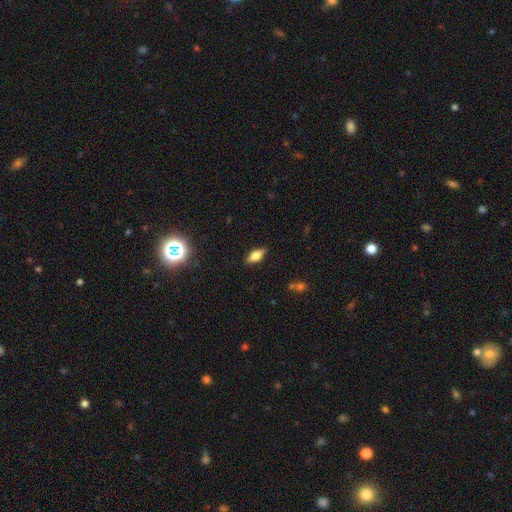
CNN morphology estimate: Overall: smooth (58%; featured or disk 33%). How rounded: in between (76%). Merging: none (86%).